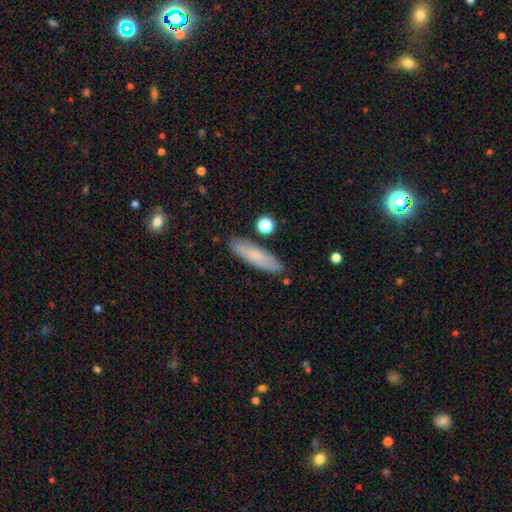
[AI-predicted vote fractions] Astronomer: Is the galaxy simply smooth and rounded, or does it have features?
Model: smooth — 71%.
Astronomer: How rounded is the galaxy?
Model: cigar-shaped — 67%.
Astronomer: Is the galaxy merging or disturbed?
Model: none — 84%.